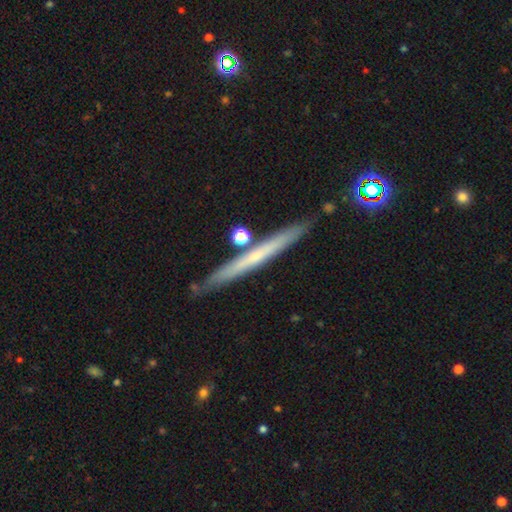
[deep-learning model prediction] smooth-or-featured: featured or disk: 52% | smooth: 40% | star or artifact: 7%
  disk-edge-on: yes: 95% | no: 5%
  merging: none: 85% | minor disturbance: 9% | merger: 4% | major disturbance: 2%